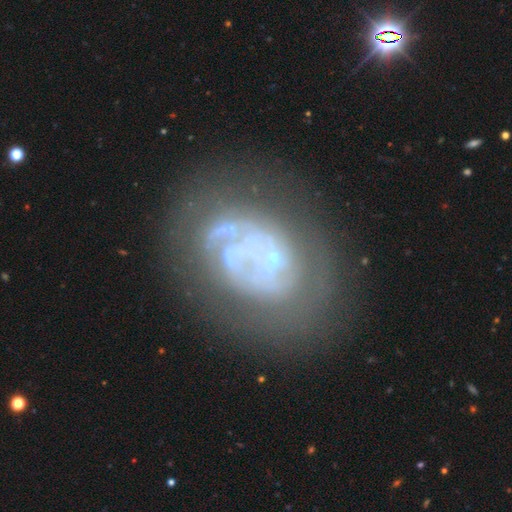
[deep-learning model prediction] Smooth or featured? Predicted: featured or disk (p=0.73). Edge-on disk? Predicted: no (p=0.98). Bar? Predicted: no (p=0.79). Spiral arms? Predicted: no (p=0.51). Bulge size? Predicted: small (p=0.48). Merging? Predicted: none (p=0.44).